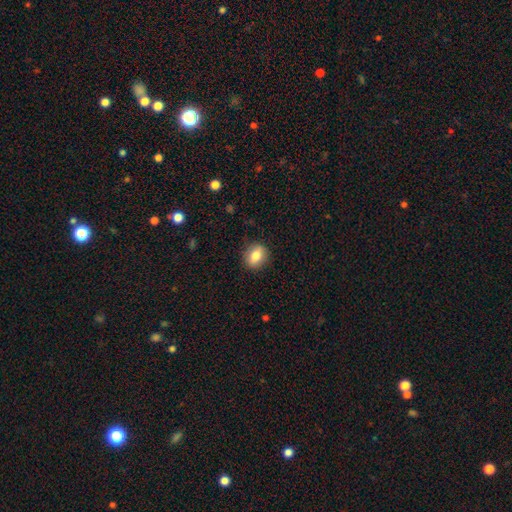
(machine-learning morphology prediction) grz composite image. It shows a smooth galaxy with no disk features (79%) that is round (53%). Merging: none (87%).